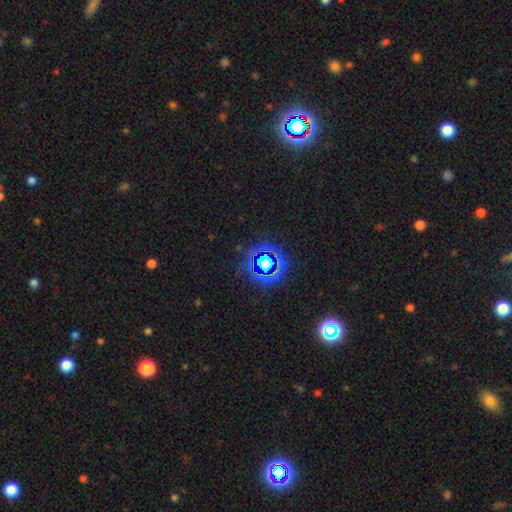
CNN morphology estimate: smooth-or-featured: star or artifact: 79% | smooth: 12% | featured or disk: 8%